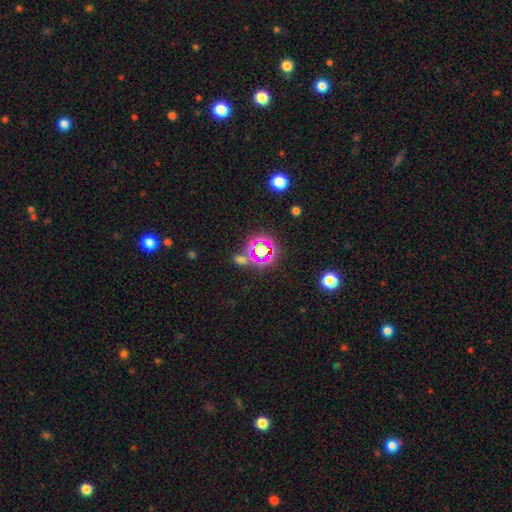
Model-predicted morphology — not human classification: Smooth or featured? star or artifact (73%)